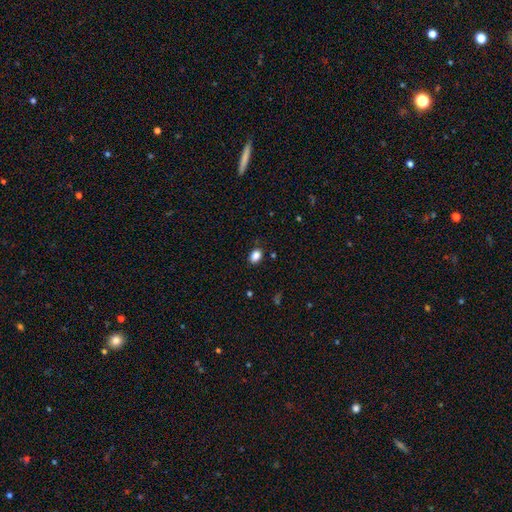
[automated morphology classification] smooth_or_featured: smooth (p=0.87) [alt: star or artifact p=0.10]
how_rounded: in between (p=0.74) [alt: round p=0.25]
merging: none (p=0.86) [alt: minor disturbance p=0.11]